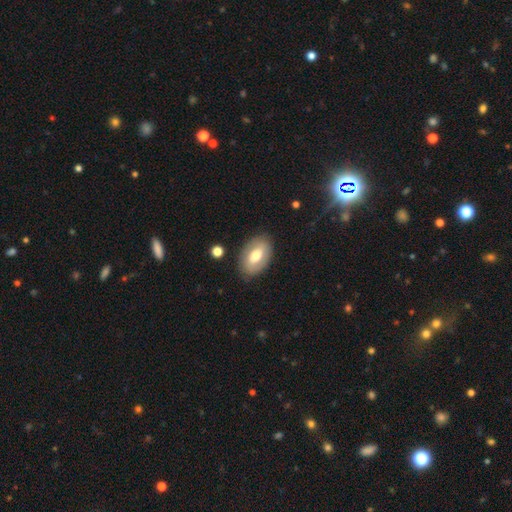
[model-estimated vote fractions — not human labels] This is likely a smooth galaxy (62%). How rounded: clearly in between (90%). Merging: clearly none (84%).